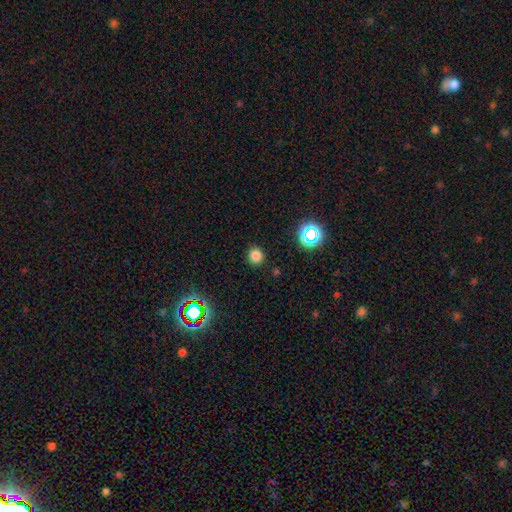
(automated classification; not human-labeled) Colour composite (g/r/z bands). It shows a smooth galaxy with no disk features (78%) that is round (86%). Merging: none (89%).